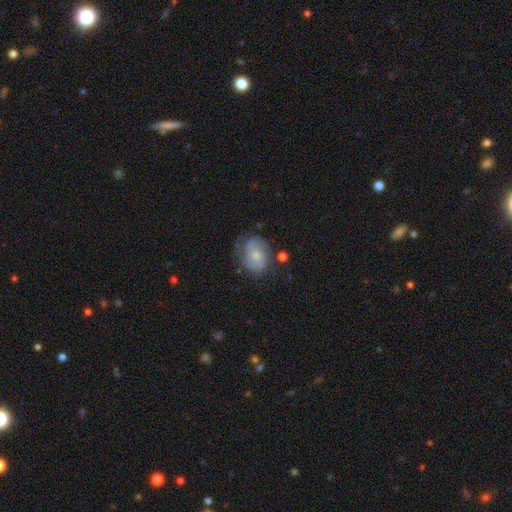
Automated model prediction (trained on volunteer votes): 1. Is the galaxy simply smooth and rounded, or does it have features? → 55% featured or disk, 37% smooth, 8% star or artifact.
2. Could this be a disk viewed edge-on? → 97% no, 3% yes.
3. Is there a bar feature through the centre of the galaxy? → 66% no, 29% weak, 5% strong.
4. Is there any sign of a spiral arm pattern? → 82% yes, 18% no.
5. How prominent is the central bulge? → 52% small, 37% moderate, 7% none, 3% large, 1% dominant.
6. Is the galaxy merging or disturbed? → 59% none, 25% minor disturbance, 12% major disturbance, 3% merger.